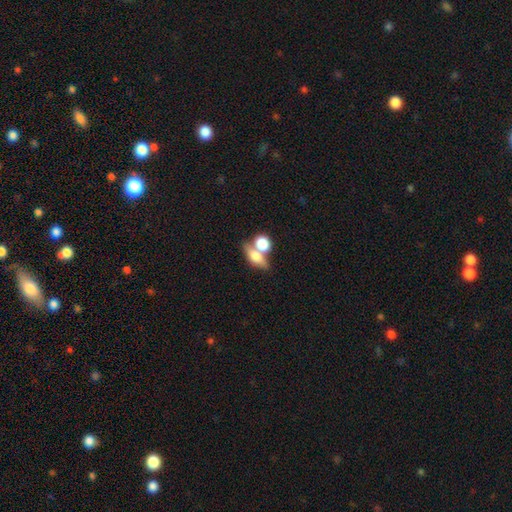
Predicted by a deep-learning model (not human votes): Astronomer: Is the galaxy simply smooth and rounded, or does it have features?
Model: smooth — 68%.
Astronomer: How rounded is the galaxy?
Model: in between — 64%.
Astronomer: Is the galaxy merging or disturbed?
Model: merger — 52% (runner-up: none, 34%).